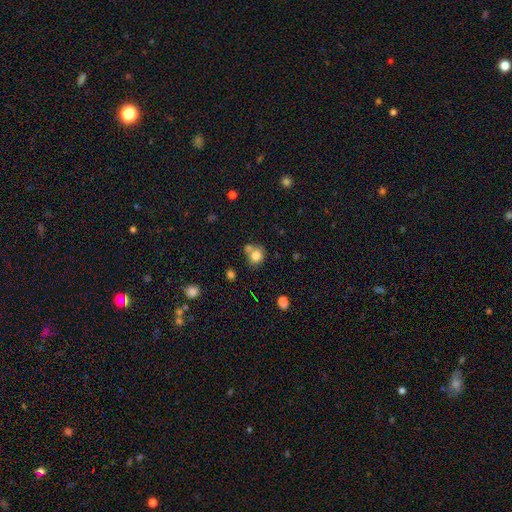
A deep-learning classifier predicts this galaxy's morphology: This is likely a smooth galaxy (79%). How rounded: likely round (75%). Merging: possibly none (52%).